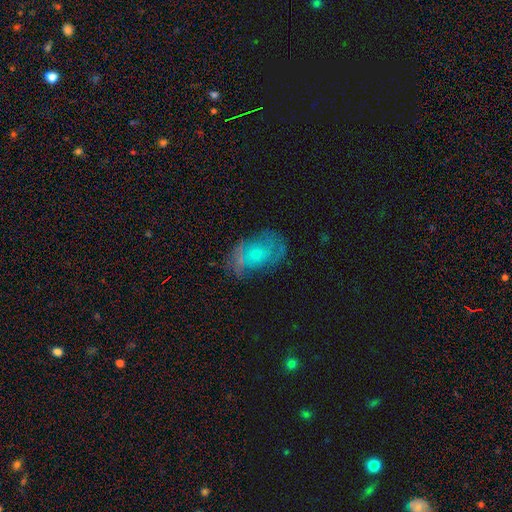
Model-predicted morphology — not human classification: This appears to be a featured or disk galaxy (54%) with no bar (79%), spiral arms (60%) and a small central bulge (55%). Merging: none (53%).